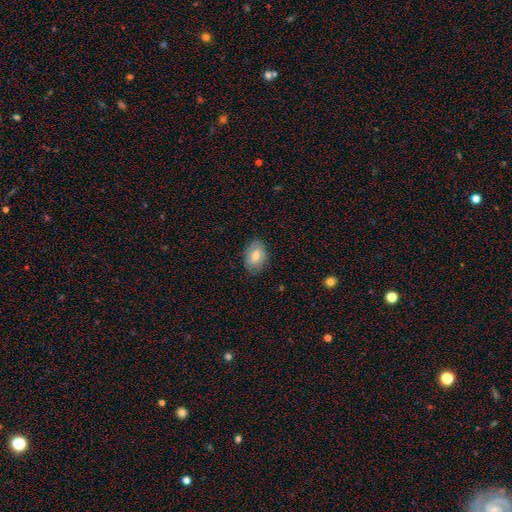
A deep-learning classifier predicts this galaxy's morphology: Smooth or featured? Predicted: smooth (p=0.74). How rounded? Predicted: in between (p=0.84). Merging? Predicted: none (p=0.79).